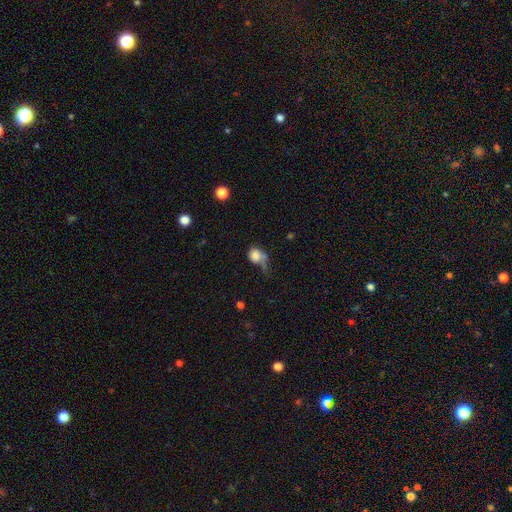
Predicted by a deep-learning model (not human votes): Overall: smooth (75%). How rounded: round (65%; in between 33%). Merging: major disturbance (30%; none 29%).